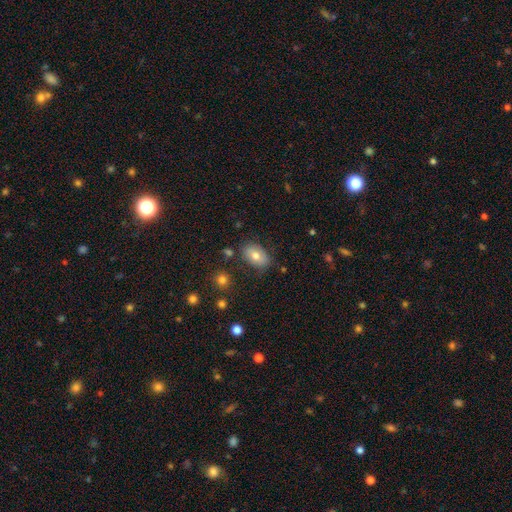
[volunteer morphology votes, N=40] Smooth or featured: smooth — 72% (featured or disk — 25%)
How rounded: in between — 93% (round — 7%)
Merging: none — 82% (minor disturbance — 15%)